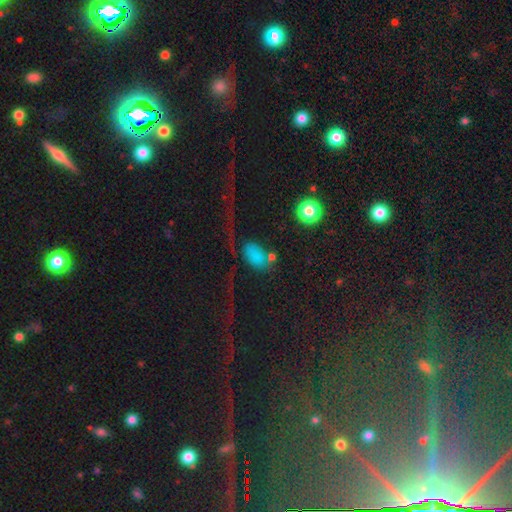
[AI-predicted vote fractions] Smooth or featured? smooth (60%)
How rounded? in between (79%)
Merging? none (46%)